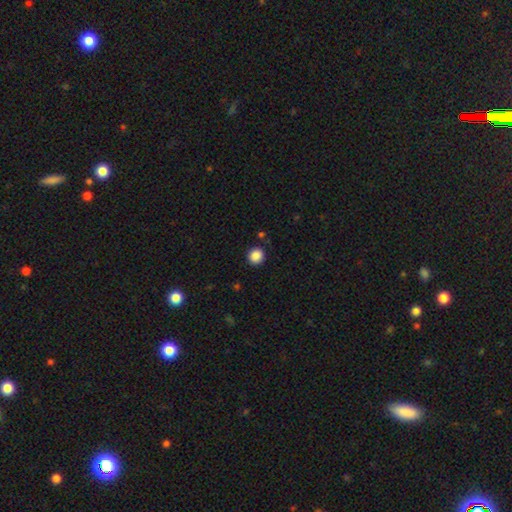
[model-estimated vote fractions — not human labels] Smooth or featured? smooth (88%)
How rounded? round (92%)
Merging? none (90%)